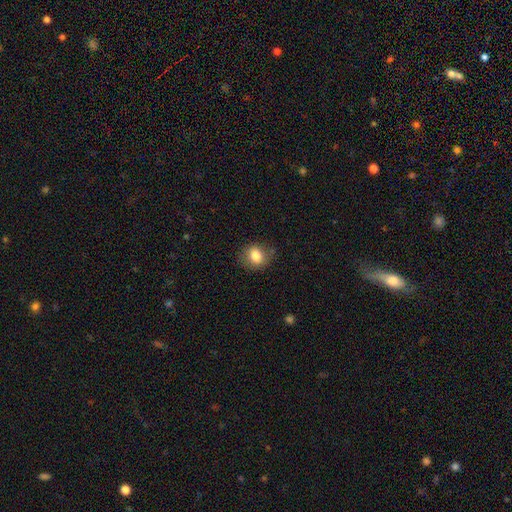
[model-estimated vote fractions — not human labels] Smooth or featured?
  - smooth: 83% *
  - star or artifact: 9%
  - featured or disk: 8%
How rounded?
  - round: 60% *
  - in between: 39%
  - cigar-shaped: 1%
Merging?
  - none: 78% *
  - minor disturbance: 17%
  - major disturbance: 5%
  - merger: 1%